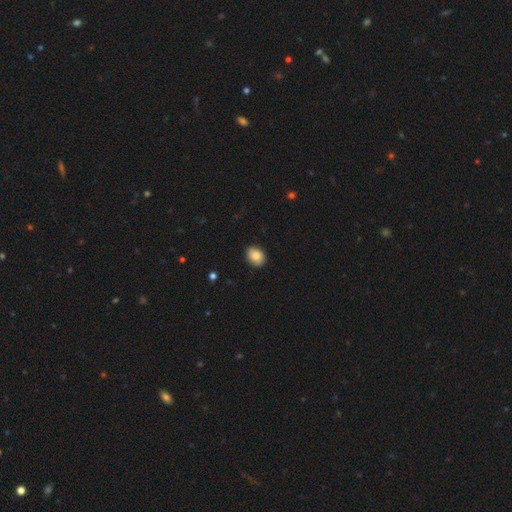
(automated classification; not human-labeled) Smooth or featured? smooth (85%)
How rounded? in between (60%)
Merging? none (84%)